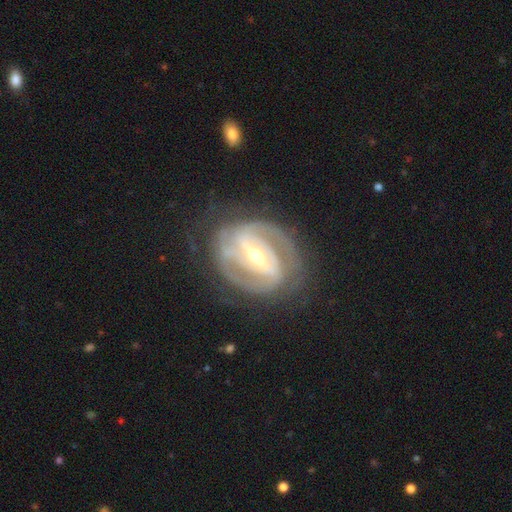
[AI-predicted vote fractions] The model was most divided on "bulge size": moderate: 59%, small: 35%, large: 4%, none: 1%, dominant: 1%. More confident: edge-on disk — no (95%); spiral arms — yes (92%); smooth or featured — featured or disk (89%); merging — none (71%); bar — strong (70%); spiral arm count — 2 (61%); spiral winding — tight (58%).